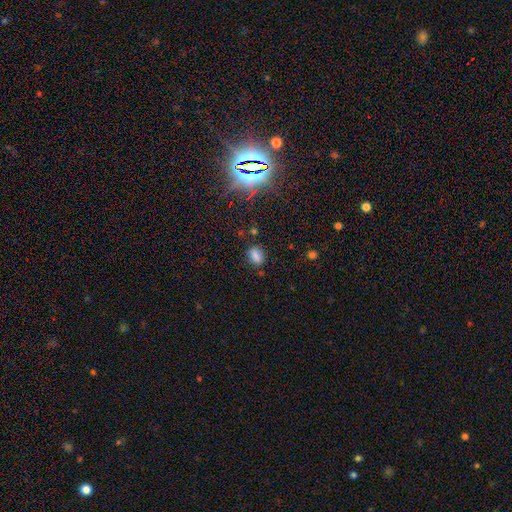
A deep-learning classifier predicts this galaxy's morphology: This is likely a smooth galaxy (77%). How rounded: likely in between (75%). Merging: likely none (78%).